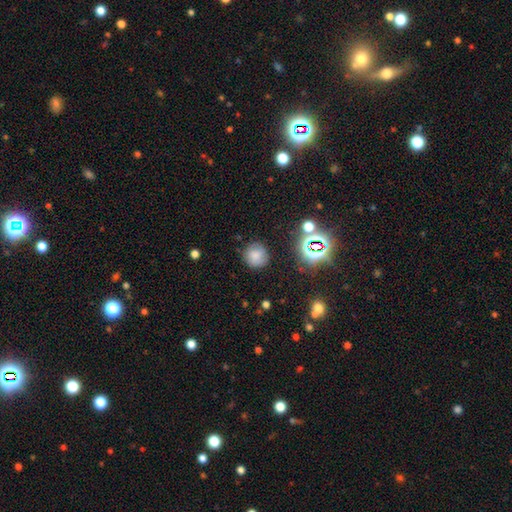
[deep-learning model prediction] Smooth or featured? Predicted: smooth (p=0.73). How rounded? Predicted: round (p=0.91). Merging? Predicted: none (p=0.82).